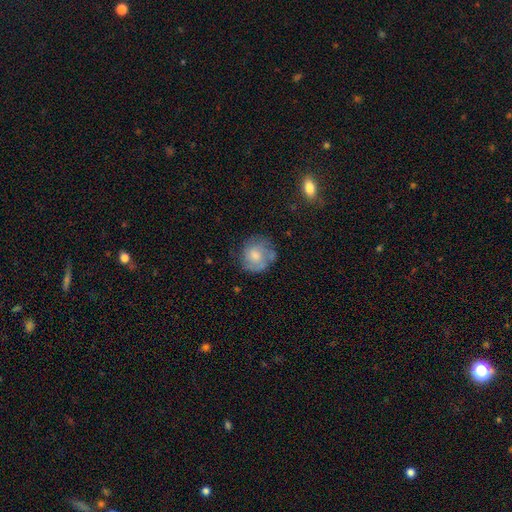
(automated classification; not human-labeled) smooth 57%, featured or disk 35%, star or artifact 8%. Down the decision tree: how rounded — round (86%); merging — none (61%).